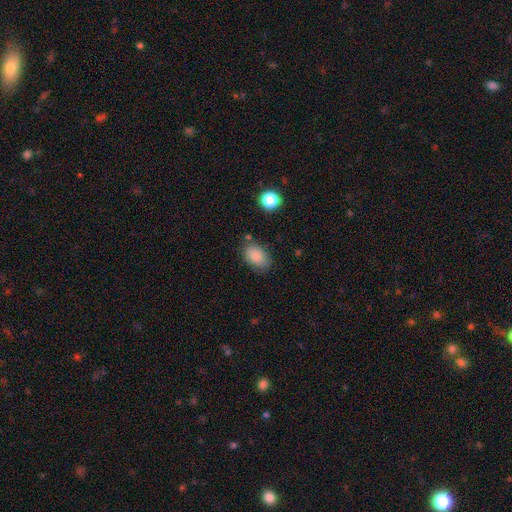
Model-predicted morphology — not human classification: Smooth or featured? smooth (86%)
How rounded? in between (86%)
Merging? none (74%)